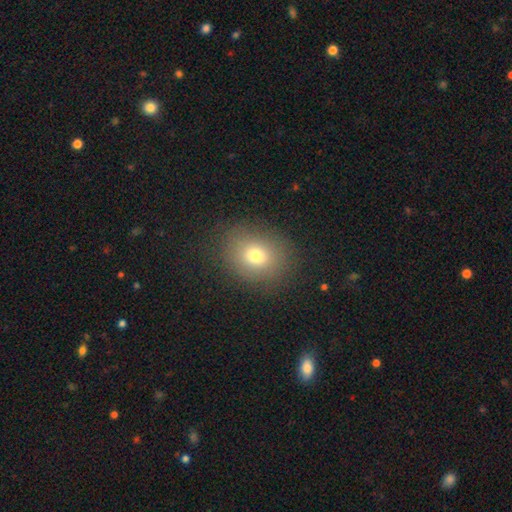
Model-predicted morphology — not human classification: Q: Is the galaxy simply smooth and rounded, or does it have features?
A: smooth — 74%.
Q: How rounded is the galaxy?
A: round — 58%.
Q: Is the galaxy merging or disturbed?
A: none — 84%.